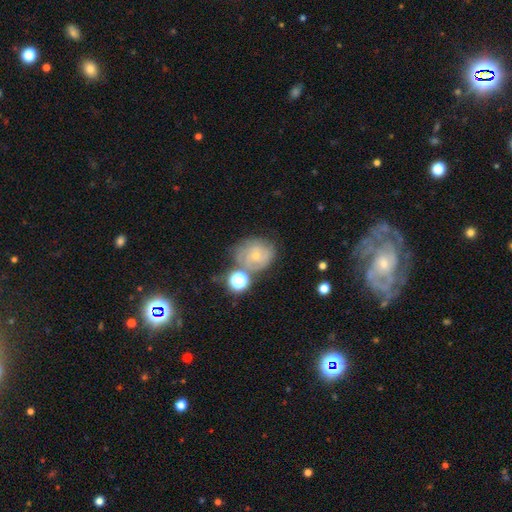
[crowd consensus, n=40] A featured or disk galaxy (78%) with no bar (94%), 3 (43%) tight (70%) spiral arms (97%) and a small central bulge (68%). Merging: none (68%).